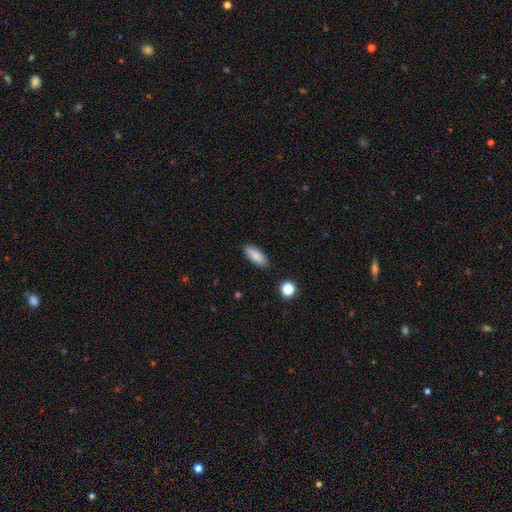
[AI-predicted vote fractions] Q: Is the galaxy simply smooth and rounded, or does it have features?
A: smooth — 86%.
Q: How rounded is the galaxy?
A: in between — 74%.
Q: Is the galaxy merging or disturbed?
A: none — 88%.